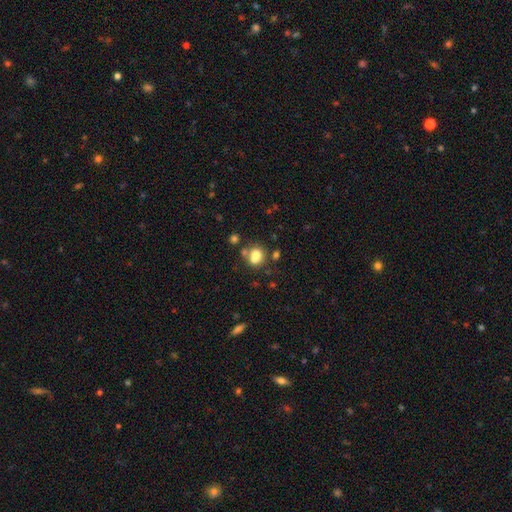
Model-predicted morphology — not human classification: This is likely a smooth galaxy (75%). How rounded: likely round (60%). Merging: possibly none (52%).